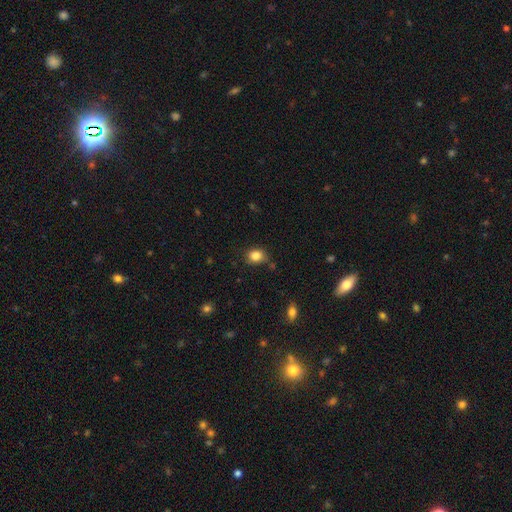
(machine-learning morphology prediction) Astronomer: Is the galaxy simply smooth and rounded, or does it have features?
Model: smooth — 84%.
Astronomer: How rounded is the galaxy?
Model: round — 55% (runner-up: in between, 44%).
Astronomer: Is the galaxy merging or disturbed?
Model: none — 78%.